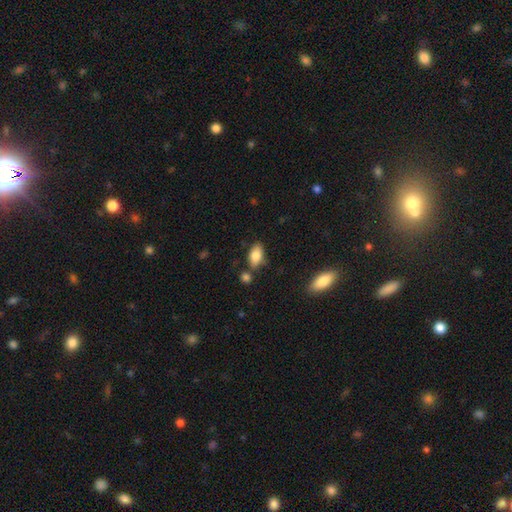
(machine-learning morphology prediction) Q: Smooth or featured?
A: smooth (83%); runner-up: featured or disk (10%)
Q: How rounded?
A: in between (91%); runner-up: round (5%)
Q: Merging?
A: none (71%); runner-up: minor disturbance (16%)